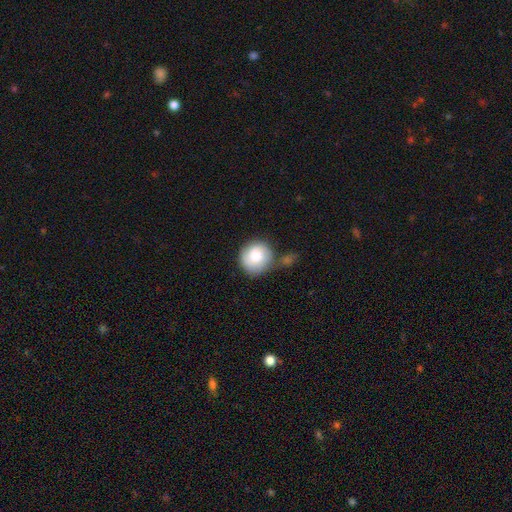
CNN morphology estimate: smooth_or_featured: smooth (p=0.69) [alt: featured or disk p=0.24]
how_rounded: round (p=0.88) [alt: in between p=0.11]
merging: none (p=0.55) [alt: minor disturbance p=0.20]